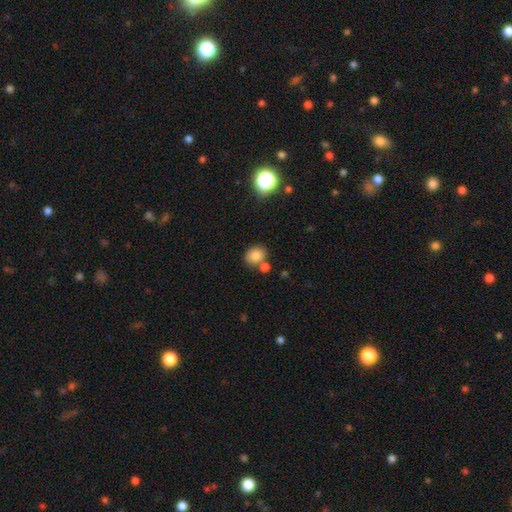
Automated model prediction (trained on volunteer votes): Morphology: type=smooth (81%); roundness=round (59%); merging=none (66%).